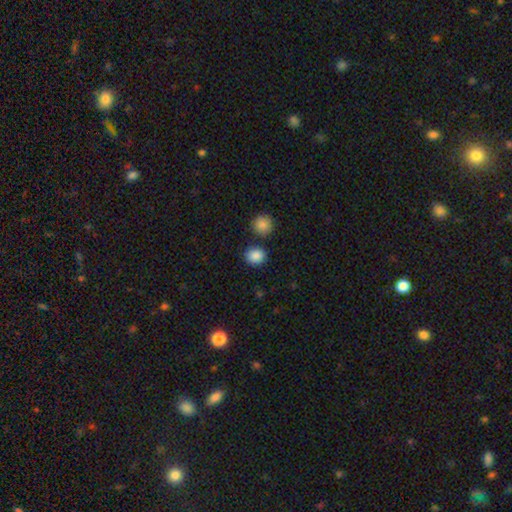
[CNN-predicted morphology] A smooth galaxy with no disk features (87%) that is round (78%). Merging: none (81%).